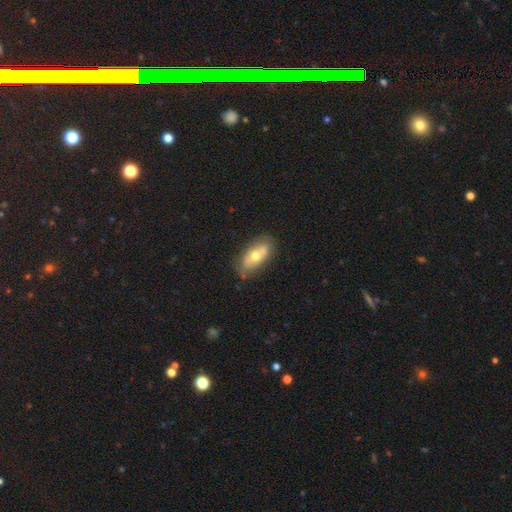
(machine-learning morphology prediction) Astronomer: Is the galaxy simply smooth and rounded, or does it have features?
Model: smooth — 52% (runner-up: featured or disk, 41%).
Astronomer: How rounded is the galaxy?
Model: in between — 88%.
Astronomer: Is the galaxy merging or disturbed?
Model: none — 72%.